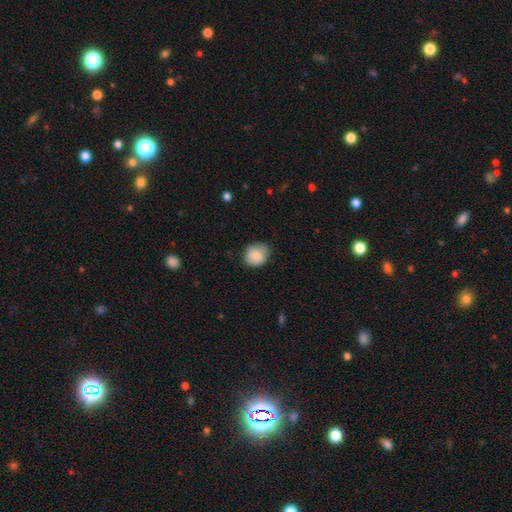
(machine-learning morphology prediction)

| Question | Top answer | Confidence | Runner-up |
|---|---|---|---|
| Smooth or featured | smooth | 83% | featured or disk (9%) |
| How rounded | round | 78% | in between (22%) |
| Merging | none | 76% | minor disturbance (20%) |